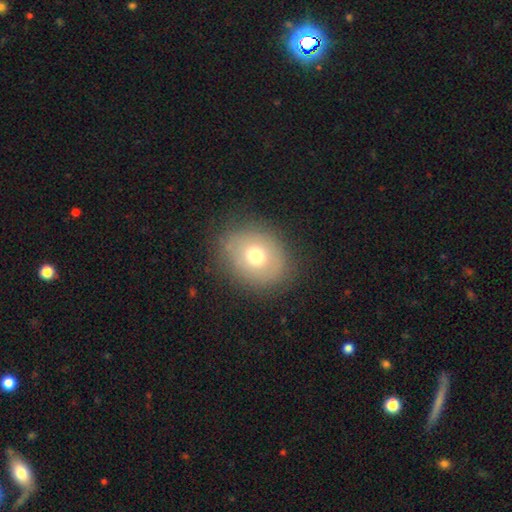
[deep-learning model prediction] A smooth galaxy with no disk features (68%) that is round (51%).

Vote fractions:
- Smooth or featured? smooth: 68% / featured or disk: 22% / star or artifact: 10%
- How rounded? round: 51% / in between: 48% / cigar-shaped: 1%
- Merging? none: 81% / minor disturbance: 13% / major disturbance: 5% / merger: 1%